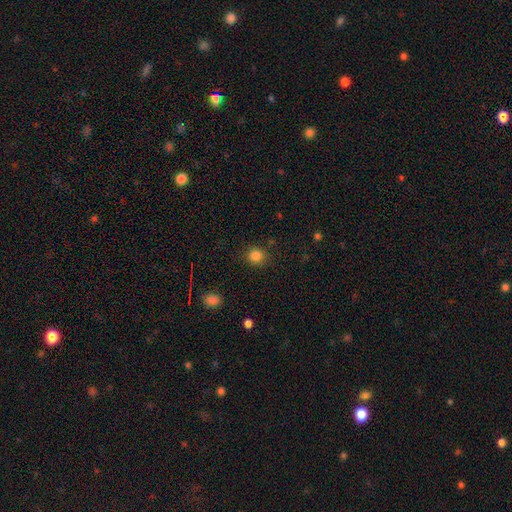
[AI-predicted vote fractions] Morphology: type=smooth (84%); roundness=round (81%); merging=none (86%).